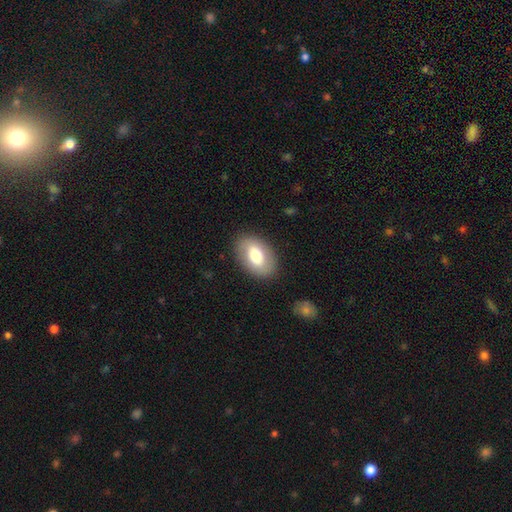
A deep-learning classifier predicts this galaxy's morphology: The model was most divided on "smooth or featured": smooth: 70%, featured or disk: 24%, star or artifact: 6%. More confident: how rounded — in between (89%); merging — none (86%).